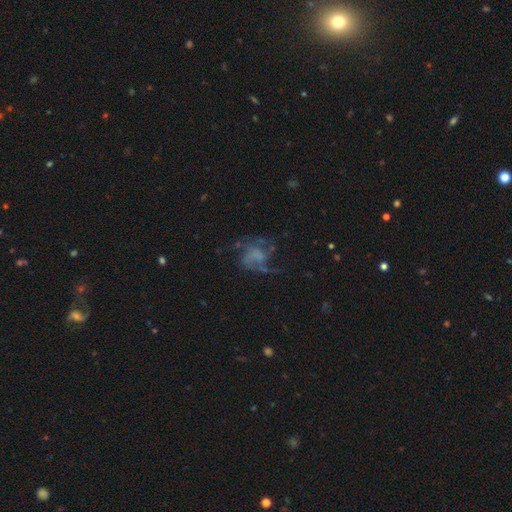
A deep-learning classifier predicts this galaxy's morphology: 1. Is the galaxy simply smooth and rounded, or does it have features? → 69% featured or disk, 20% smooth, 12% star or artifact.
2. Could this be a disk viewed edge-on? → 98% no, 2% yes.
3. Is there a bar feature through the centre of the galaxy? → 71% no, 24% weak, 5% strong.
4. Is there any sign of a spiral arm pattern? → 79% yes, 21% no.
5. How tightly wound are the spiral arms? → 44% loose, 40% medium, 16% tight.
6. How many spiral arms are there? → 30% 2, 22% can't tell, 19% 1, 19% 3, 6% 4, 5% more than 4.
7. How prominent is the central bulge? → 60% none, 17% small, 14% moderate, 7% large, 2% dominant.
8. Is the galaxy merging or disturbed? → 43% none, 36% major disturbance, 18% minor disturbance, 3% merger.